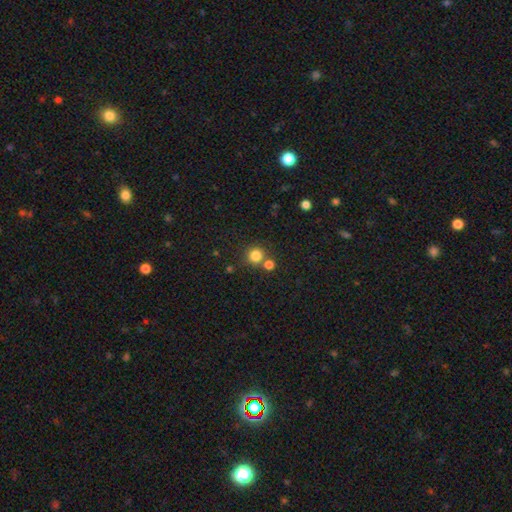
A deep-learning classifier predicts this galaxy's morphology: Smooth or featured: smooth — 82% (star or artifact — 13%)
How rounded: round — 93% (in between — 6%)
Merging: none — 71% (merger — 19%)